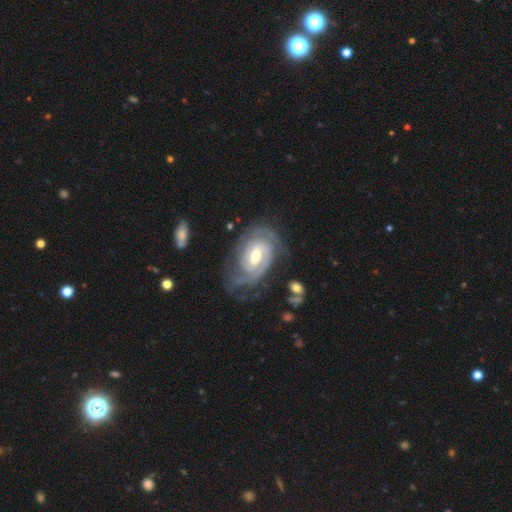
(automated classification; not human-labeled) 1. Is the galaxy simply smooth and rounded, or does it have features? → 90% featured or disk, 6% smooth, 4% star or artifact.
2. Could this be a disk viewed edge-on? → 97% no, 3% yes.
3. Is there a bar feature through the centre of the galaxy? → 51% weak, 29% no, 21% strong.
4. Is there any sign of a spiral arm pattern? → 97% yes, 3% no.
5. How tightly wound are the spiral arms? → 72% tight, 24% medium, 4% loose.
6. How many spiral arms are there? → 37% 2, 24% 3, 22% can't tell, 8% 4, 5% 1, 4% more than 4.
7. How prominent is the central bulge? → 60% moderate, 34% small, 4% large, 1% none, 1% dominant.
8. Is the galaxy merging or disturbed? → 67% none, 20% minor disturbance, 10% major disturbance, 2% merger.